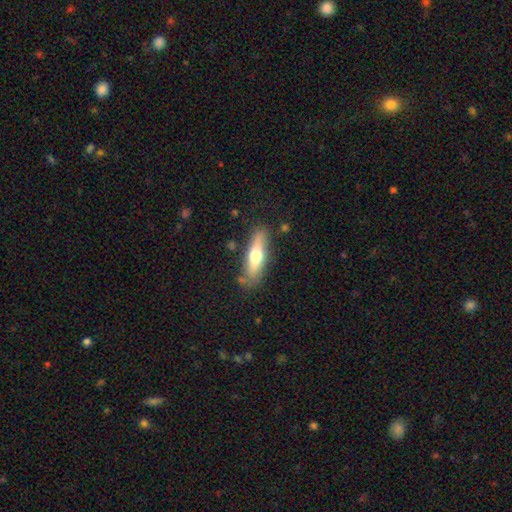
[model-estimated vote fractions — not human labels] smooth_or_featured: smooth (p=0.55) [alt: featured or disk p=0.39]
how_rounded: cigar-shaped (p=0.65) [alt: in between p=0.33]
merging: none (p=0.79) [alt: minor disturbance p=0.14]